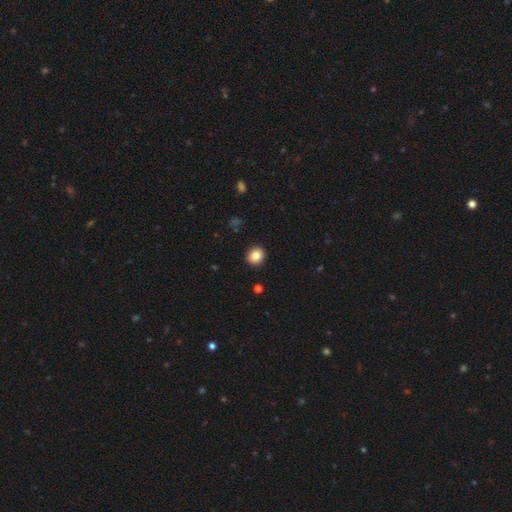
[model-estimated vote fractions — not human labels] Smooth or featured? Predicted: smooth (p=0.84). How rounded? Predicted: round (p=0.83). Merging? Predicted: none (p=0.92).